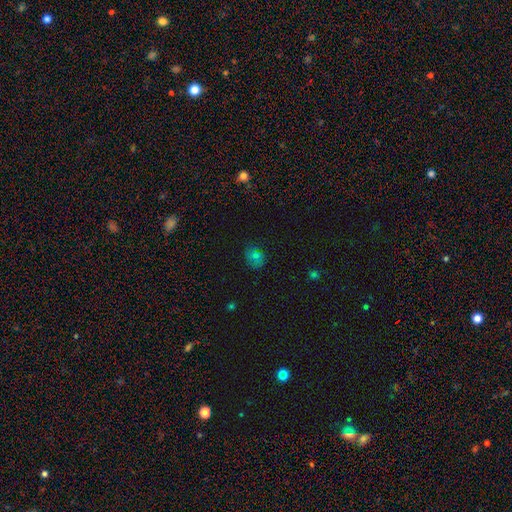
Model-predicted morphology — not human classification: Q: Smooth or featured?
A: smooth (65%); runner-up: featured or disk (19%)
Q: How rounded?
A: round (59%); runner-up: in between (40%)
Q: Merging?
A: none (68%); runner-up: minor disturbance (23%)